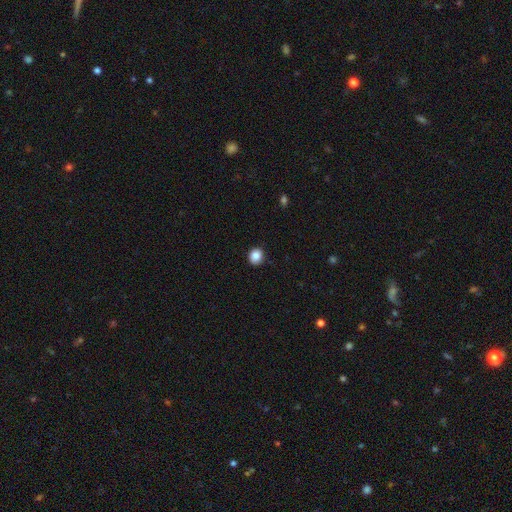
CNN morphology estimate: This appears to be a smooth galaxy with no disk features (87%) that is round (80%). Merging: none (89%).